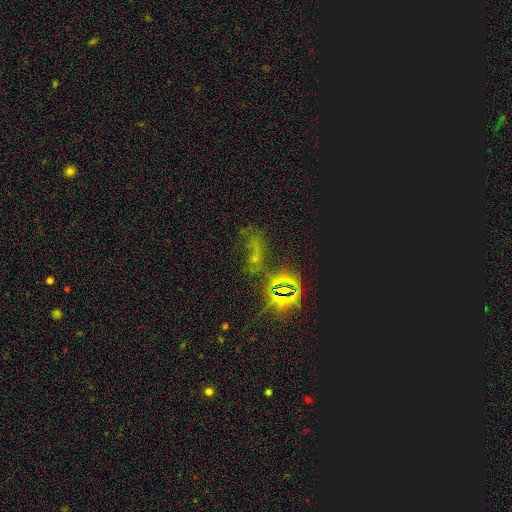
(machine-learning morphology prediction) Smooth or featured? star or artifact (61%)